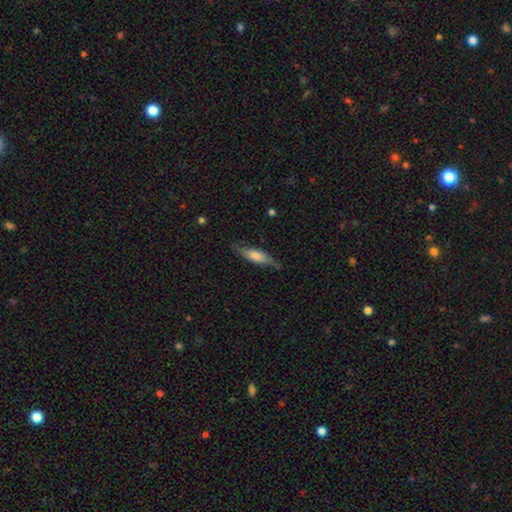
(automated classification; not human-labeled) Smooth or featured: smooth — 56% (featured or disk — 38%)
How rounded: cigar-shaped — 63% (in between — 35%)
Merging: none — 75% (minor disturbance — 19%)